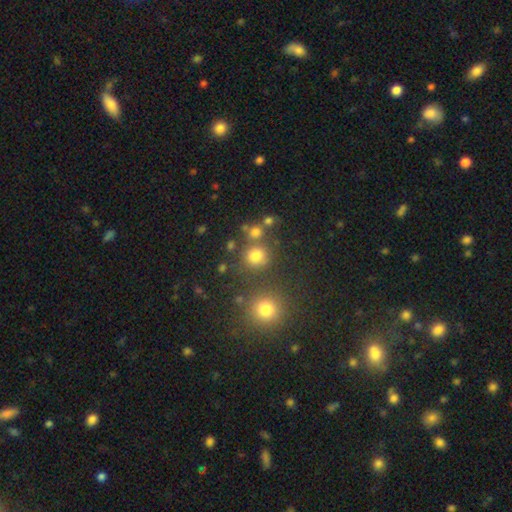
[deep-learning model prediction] Smooth or featured? smooth (76%)
How rounded? round (88%)
Merging? none (72%)